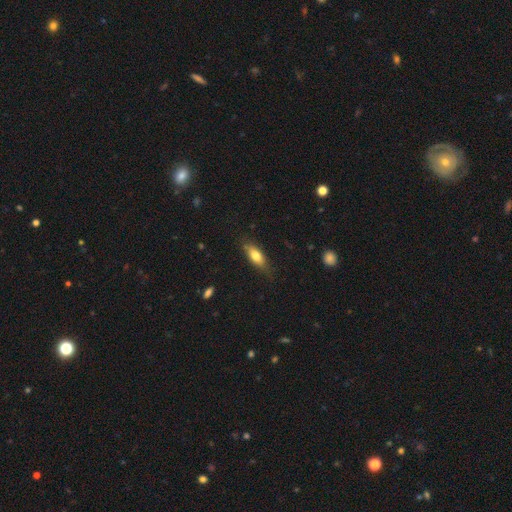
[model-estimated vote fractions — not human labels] Overall: smooth (72%). How rounded: in between (69%). Merging: none (73%).